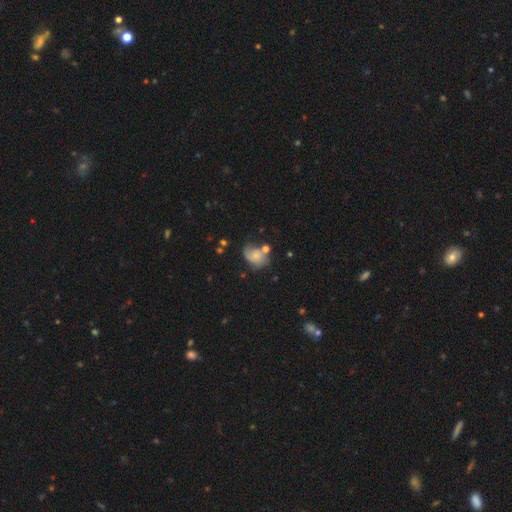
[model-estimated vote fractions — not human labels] Smooth or featured?
  - smooth: 56% *
  - featured or disk: 32%
  - star or artifact: 11%
How rounded?
  - in between: 61% *
  - round: 37%
  - cigar-shaped: 1%
Merging?
  - none: 42% *
  - minor disturbance: 28%
  - major disturbance: 16%
  - merger: 14%